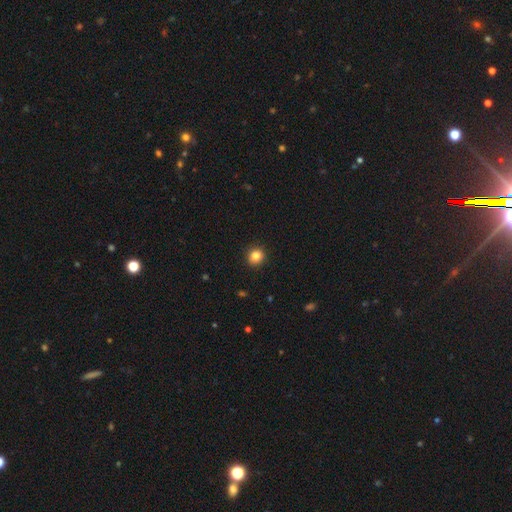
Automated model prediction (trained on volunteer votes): This is clearly a smooth galaxy (84%). How rounded: clearly round (87%). Merging: clearly none (91%).